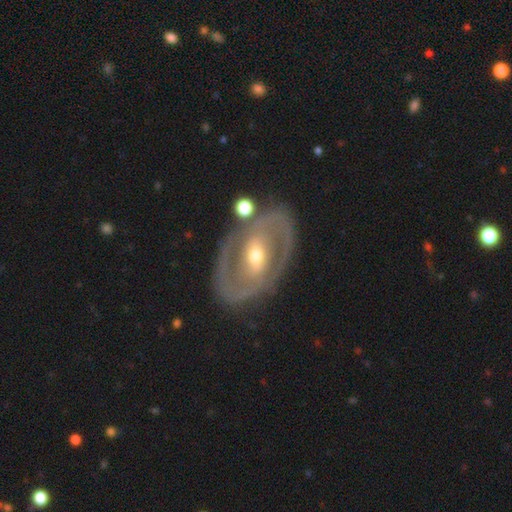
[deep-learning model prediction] The model was most divided on "bar": weak: 36%, strong: 35%, no: 29%. More confident: edge-on disk — no (94%); smooth or featured — featured or disk (79%); merging — none (74%); bulge size — moderate (63%); spiral arms — yes (56%).